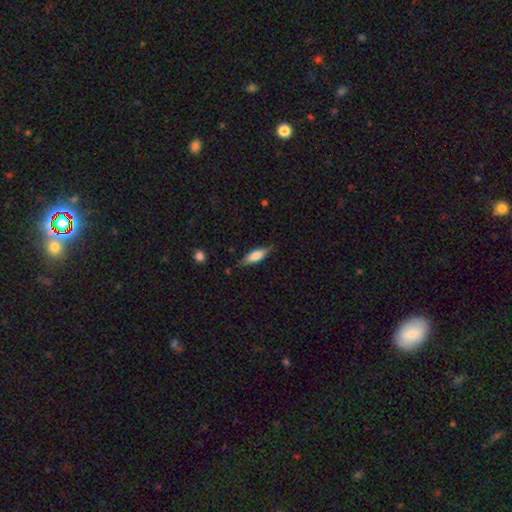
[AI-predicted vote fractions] smooth_or_featured: smooth (p=0.62) [alt: featured or disk p=0.32]
how_rounded: in between (p=0.54) [alt: cigar-shaped p=0.43]
merging: none (p=0.78) [alt: minor disturbance p=0.17]